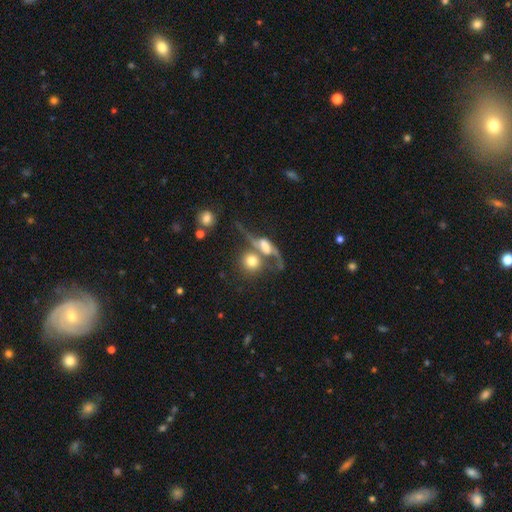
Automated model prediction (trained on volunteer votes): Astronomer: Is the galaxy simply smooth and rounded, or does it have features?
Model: featured or disk — 45% (runner-up: smooth, 36%).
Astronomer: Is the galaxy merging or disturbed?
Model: merger — 45% (runner-up: none, 37%).